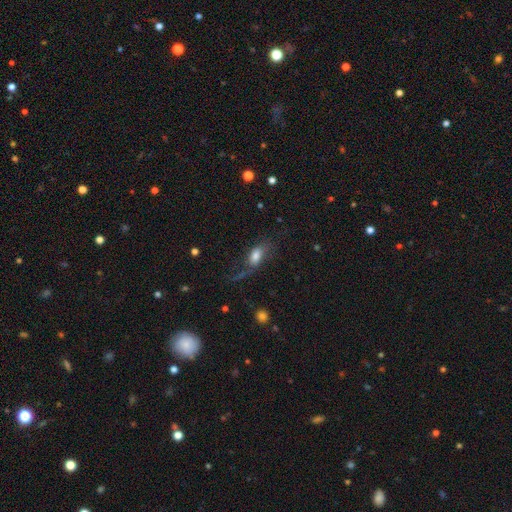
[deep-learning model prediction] This appears to be a smooth galaxy with no disk features (65%) that is in between round and cigar-shaped (87%). Merging: none (40%).